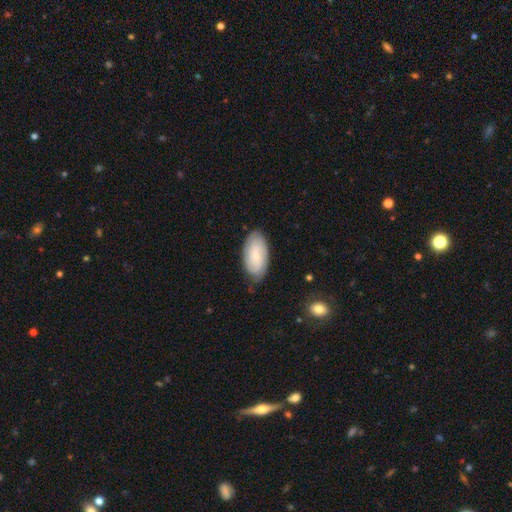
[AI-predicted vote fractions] smooth-or-featured: smooth: 49% | featured or disk: 44% | star or artifact: 7%
  merging: none: 76% | minor disturbance: 19% | major disturbance: 4% | merger: 1%